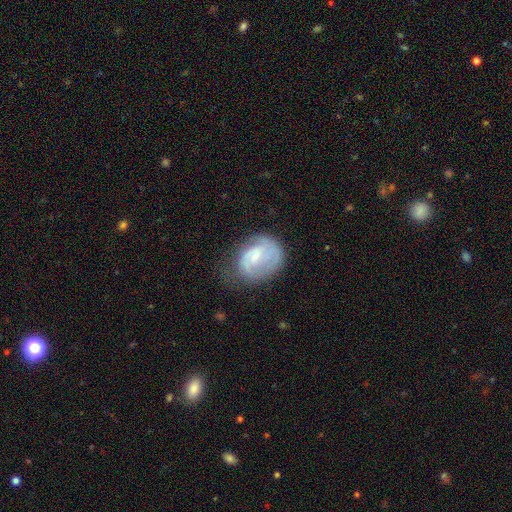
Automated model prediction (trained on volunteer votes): smooth_or_featured: featured or disk (p=0.51) [alt: smooth p=0.41]
disk_edge_on: no (p=0.97) [alt: yes p=0.03]
merging: none (p=0.46) [alt: minor disturbance p=0.32]